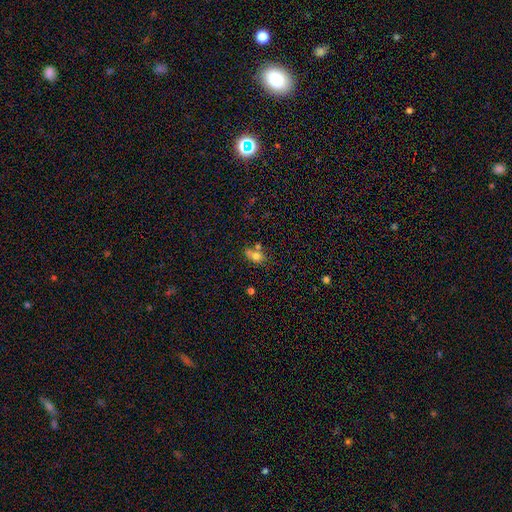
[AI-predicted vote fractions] Morphology: type=smooth (70%); roundness=in between (49%, tied with round); merging=none (41%).